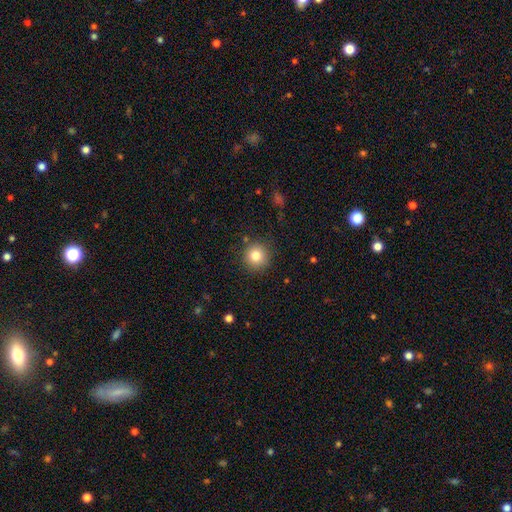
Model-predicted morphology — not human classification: A smooth galaxy with no disk features (82%) that is round (94%).

Vote fractions:
- Smooth or featured? smooth: 82% / star or artifact: 11% / featured or disk: 8%
- How rounded? round: 94% / in between: 5% / cigar-shaped: 1%
- Merging? none: 88% / minor disturbance: 7% / major disturbance: 3% / merger: 2%